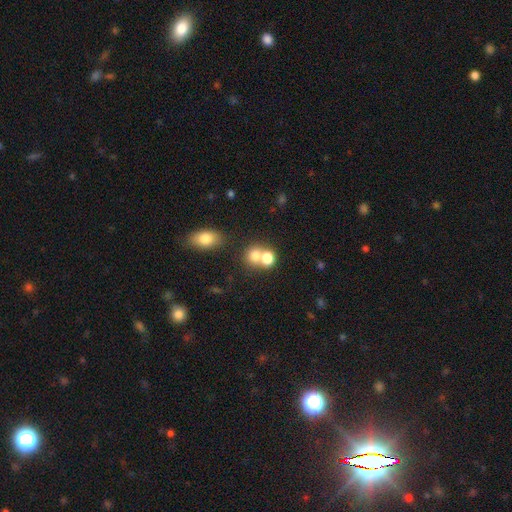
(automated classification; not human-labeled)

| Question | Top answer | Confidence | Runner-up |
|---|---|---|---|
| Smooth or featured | smooth | 75% | star or artifact (14%) |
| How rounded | round | 73% | in between (26%) |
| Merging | merger | 49% | none (40%) |